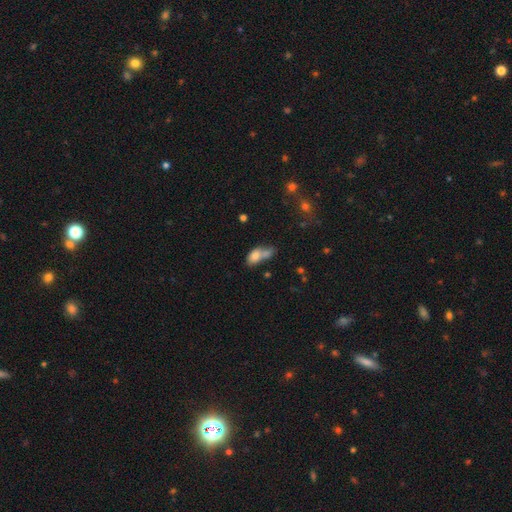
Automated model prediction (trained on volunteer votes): Smooth or featured? Predicted: smooth (p=0.73). How rounded? Predicted: in between (p=0.79). Merging? Predicted: merger (p=0.55).